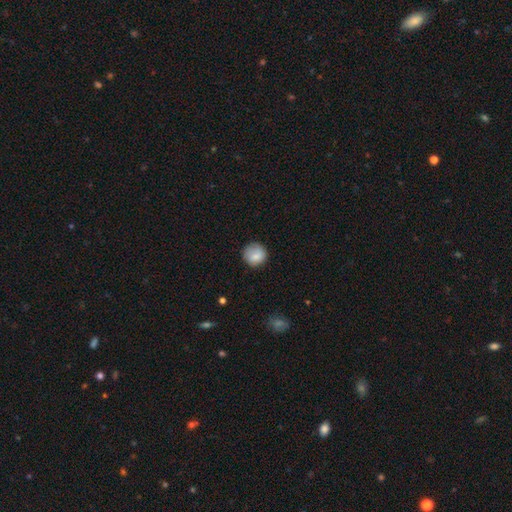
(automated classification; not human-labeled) This appears to be a smooth galaxy with no disk features (82%) that is round (92%). Merging: none (80%).